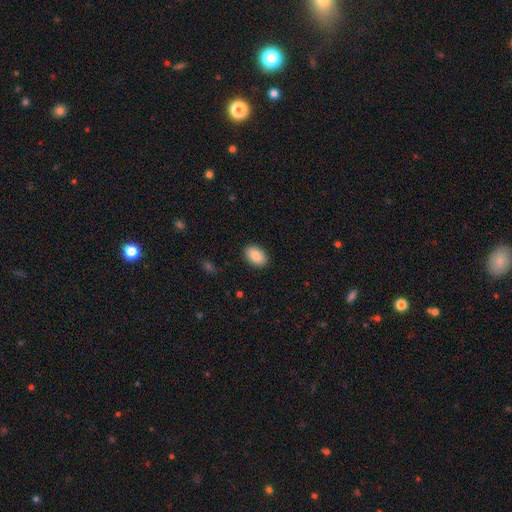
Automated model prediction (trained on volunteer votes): The model was most divided on "merging": none: 89%, minor disturbance: 8%, major disturbance: 2%, merger: 1%. More confident: how rounded — in between (90%); smooth or featured — smooth (88%).